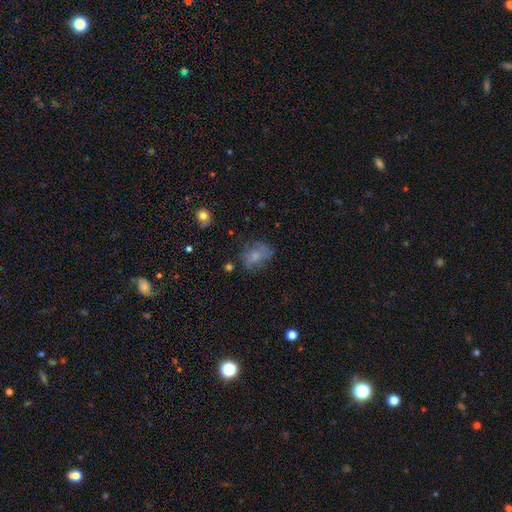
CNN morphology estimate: Smooth or featured: smooth — 55% (featured or disk — 31%)
How rounded: in between — 60% (round — 38%)
Merging: none — 52% (minor disturbance — 26%)